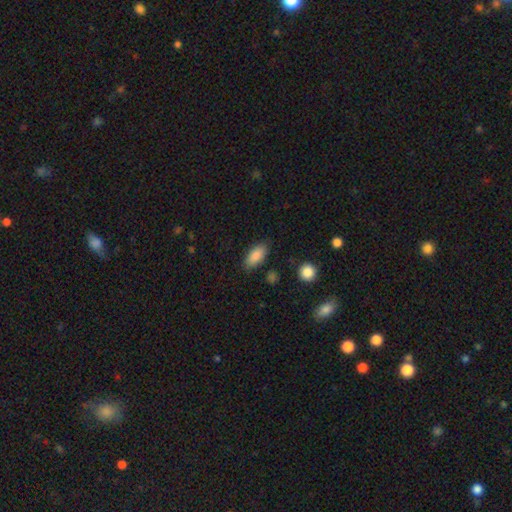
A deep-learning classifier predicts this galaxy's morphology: The model was most divided on "merging": none: 84%, minor disturbance: 12%, major disturbance: 3%, merger: 2%. More confident: how rounded — in between (87%); smooth or featured — smooth (86%).